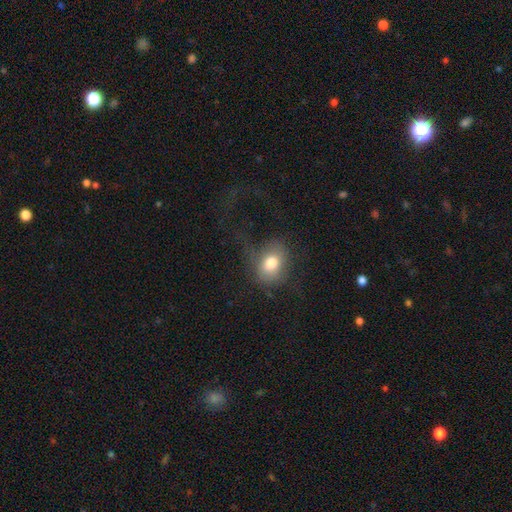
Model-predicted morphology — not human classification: A smooth galaxy with no disk features (53%) that is round (68%).

Vote fractions:
- Smooth or featured? smooth: 53% / star or artifact: 24% / featured or disk: 23%
- How rounded? round: 68% / in between: 31% / cigar-shaped: 2%
- Merging? none: 51% / major disturbance: 30% / minor disturbance: 16% / merger: 4%